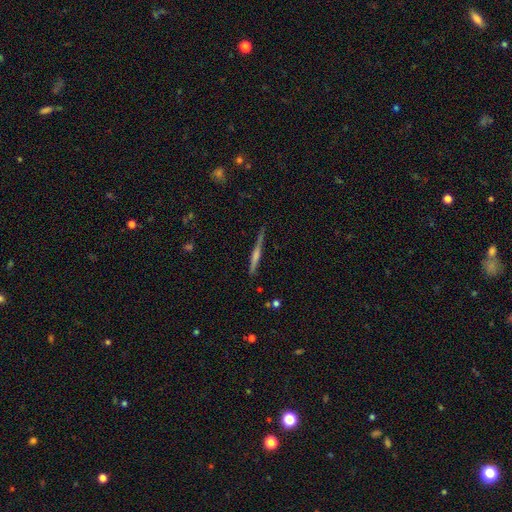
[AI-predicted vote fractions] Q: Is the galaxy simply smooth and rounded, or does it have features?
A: featured or disk — 66%.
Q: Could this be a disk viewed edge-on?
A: yes — 98%.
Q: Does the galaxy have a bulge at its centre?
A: rounded — 49%.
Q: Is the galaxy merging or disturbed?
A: none — 86%.